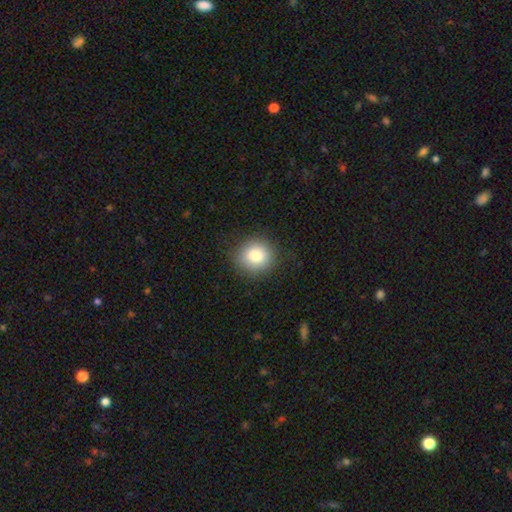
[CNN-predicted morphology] smooth 81%, star or artifact 10%, featured or disk 10%. Down the decision tree: how rounded — round (89%); merging — none (87%).